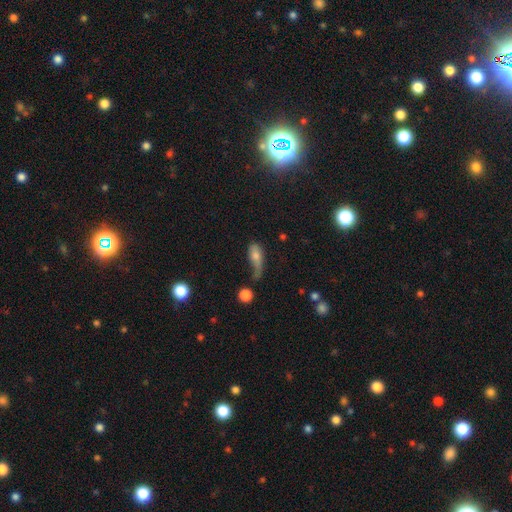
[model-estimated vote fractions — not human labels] Q: Smooth or featured?
A: smooth (62%); runner-up: featured or disk (27%)
Q: How rounded?
A: in between (70%); runner-up: cigar-shaped (23%)
Q: Merging?
A: major disturbance (37%); runner-up: minor disturbance (30%)